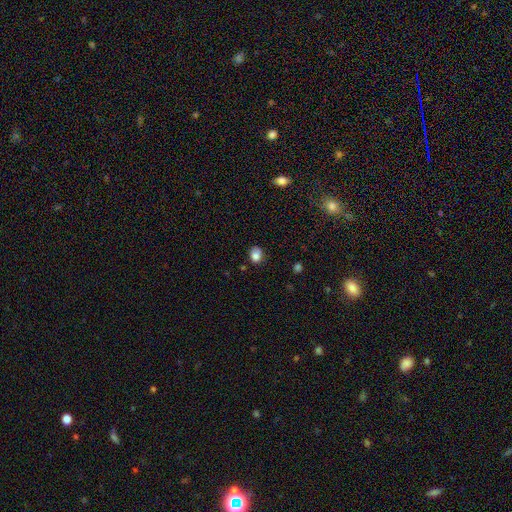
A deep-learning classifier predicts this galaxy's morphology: This appears to be a smooth galaxy with no disk features (82%) that is in between round and cigar-shaped (51%). Merging: none (66%).